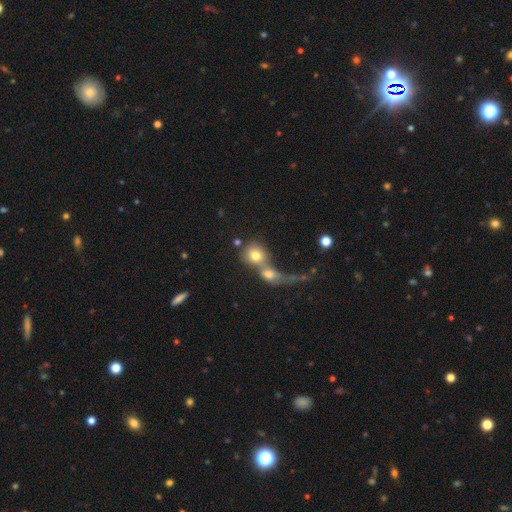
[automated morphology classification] Smooth or featured? Predicted: smooth (p=0.71). How rounded? Predicted: round (p=0.78). Merging? Predicted: merger (p=0.67).